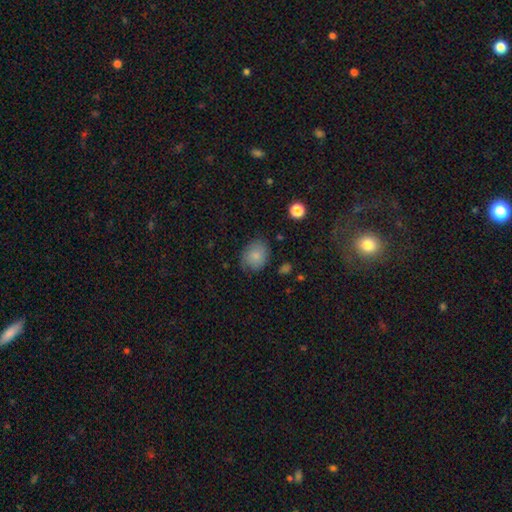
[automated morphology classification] Smooth or featured: smooth — 80% (featured or disk — 12%)
How rounded: in between — 50% (round — 49%)
Merging: none — 72% (minor disturbance — 21%)